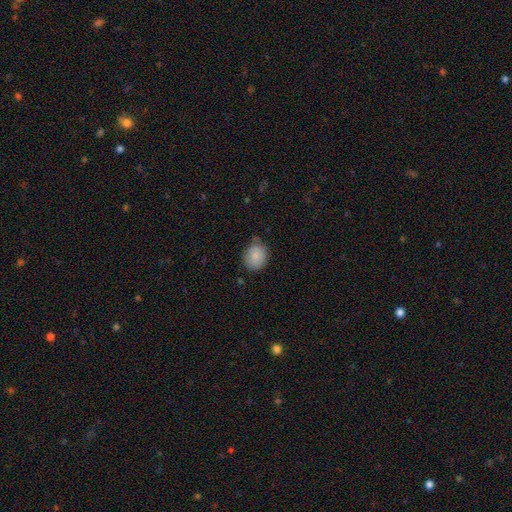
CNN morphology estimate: Smooth or featured? Predicted: smooth (p=0.86). How rounded? Predicted: round (p=0.62). Merging? Predicted: none (p=0.71).